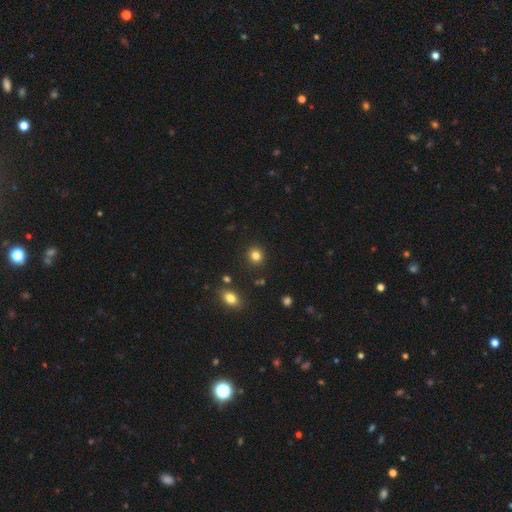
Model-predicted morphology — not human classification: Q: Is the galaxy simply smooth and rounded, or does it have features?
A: smooth — 83%.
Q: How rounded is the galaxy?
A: round — 85%.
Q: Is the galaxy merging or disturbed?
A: none — 90%.